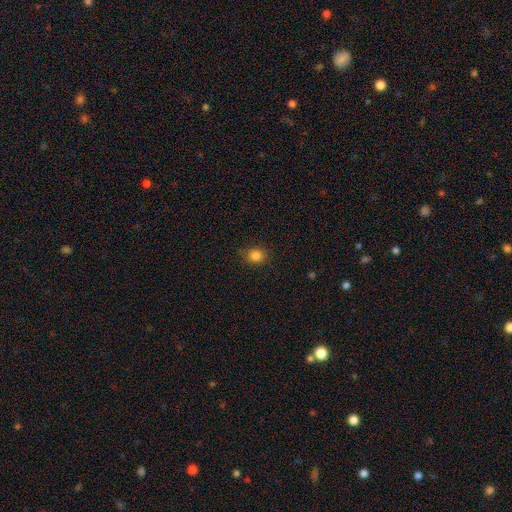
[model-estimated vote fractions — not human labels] Smooth or featured: smooth — 84% (star or artifact — 12%)
How rounded: round — 80% (in between — 19%)
Merging: none — 84% (minor disturbance — 12%)